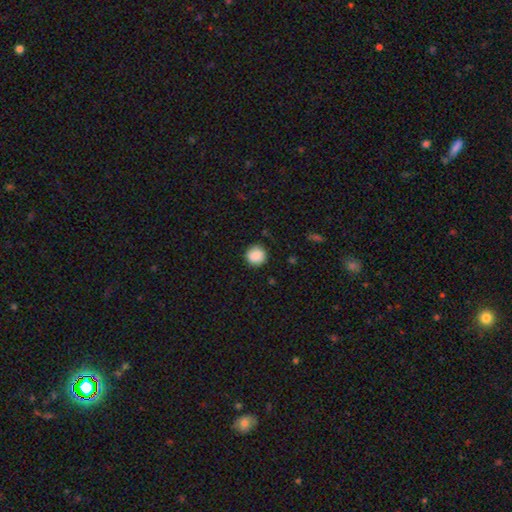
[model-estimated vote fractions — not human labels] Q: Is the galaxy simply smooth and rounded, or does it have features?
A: smooth — 88%.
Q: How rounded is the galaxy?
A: round — 94%.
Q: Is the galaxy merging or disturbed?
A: none — 89%.